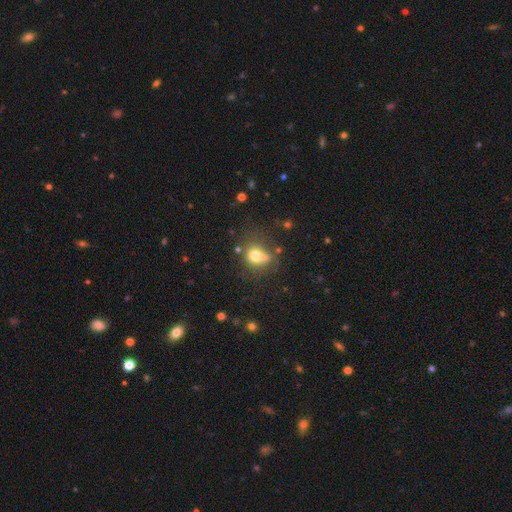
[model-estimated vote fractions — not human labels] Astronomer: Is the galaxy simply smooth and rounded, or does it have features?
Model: smooth — 69%.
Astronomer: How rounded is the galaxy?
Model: round — 60% (runner-up: in between, 38%).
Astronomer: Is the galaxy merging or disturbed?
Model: none — 42% (runner-up: minor disturbance, 21%).